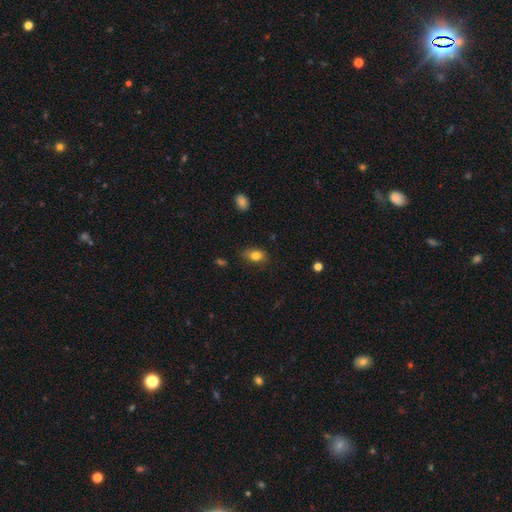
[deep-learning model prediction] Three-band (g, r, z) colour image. It shows a smooth galaxy with no disk features (81%) that is in between round and cigar-shaped (81%). Merging: none (77%).